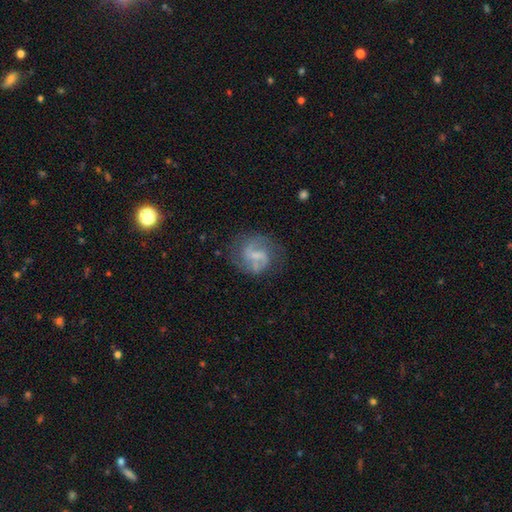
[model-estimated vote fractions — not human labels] Smooth or featured: featured or disk — 76% (smooth — 17%)
Edge-on disk: no — 98% (yes — 2%)
Bar: weak — 53% (strong — 24%)
Spiral arms: yes — 91% (no — 9%)
Spiral winding: medium — 49% (loose — 32%)
Spiral arm count: 2 — 83% (can't tell — 7%)
Bulge size: none — 38% (small — 37%)
Merging: none — 67% (minor disturbance — 18%)